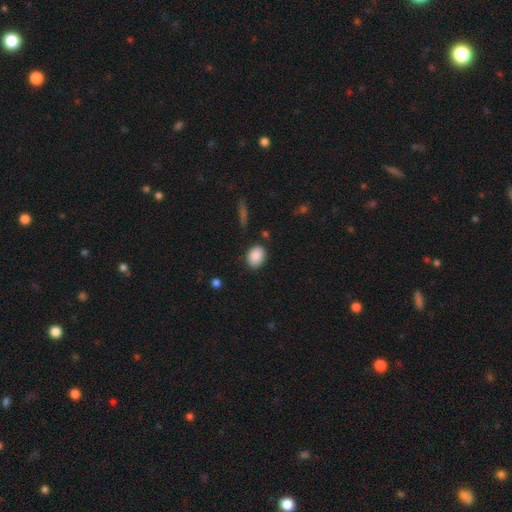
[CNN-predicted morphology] A smooth galaxy with no disk features (89%) that is in between round and cigar-shaped (68%). Merging: none (84%).